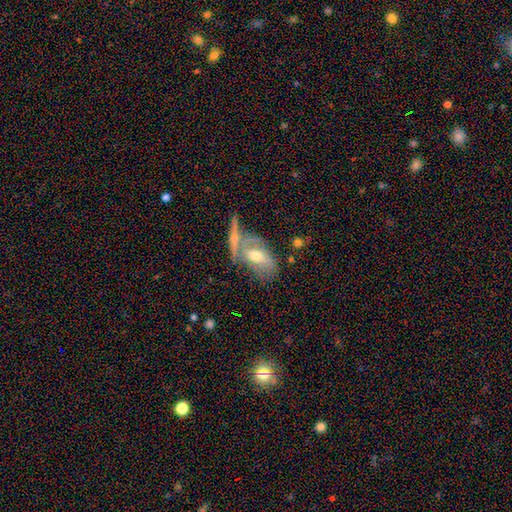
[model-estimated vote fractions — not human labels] Smooth or featured? featured or disk (54%)
Edge-on disk? no (80%)
Merging? none (40%)